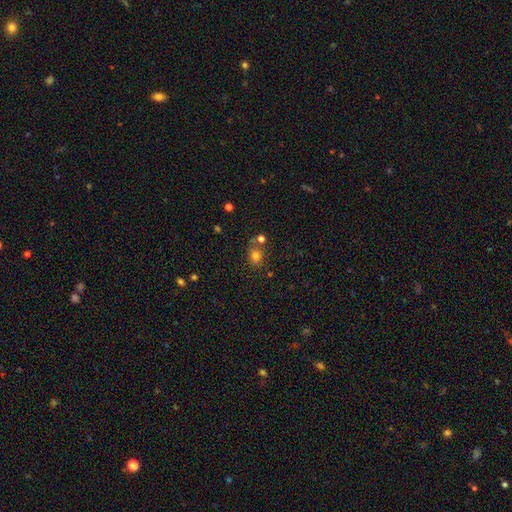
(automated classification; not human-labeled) Smooth or featured? Predicted: smooth (p=0.75). How rounded? Predicted: round (p=0.60). Merging? Predicted: none (p=0.62).